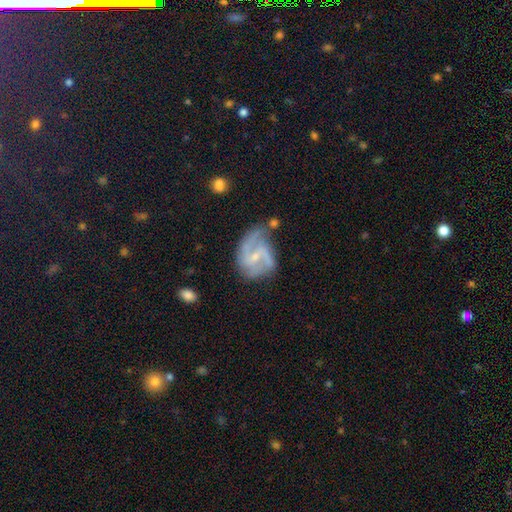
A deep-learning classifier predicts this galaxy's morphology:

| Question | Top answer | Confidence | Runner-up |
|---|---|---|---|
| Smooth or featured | featured or disk | 84% | smooth (10%) |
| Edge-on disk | no | 98% | yes (2%) |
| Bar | weak | 53% | no (30%) |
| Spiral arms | yes | 95% | no (5%) |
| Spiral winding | medium | 52% | loose (28%) |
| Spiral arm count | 2 | 61% | 3 (17%) |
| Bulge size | small | 69% | moderate (24%) |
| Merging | none | 49% | minor disturbance (28%) |